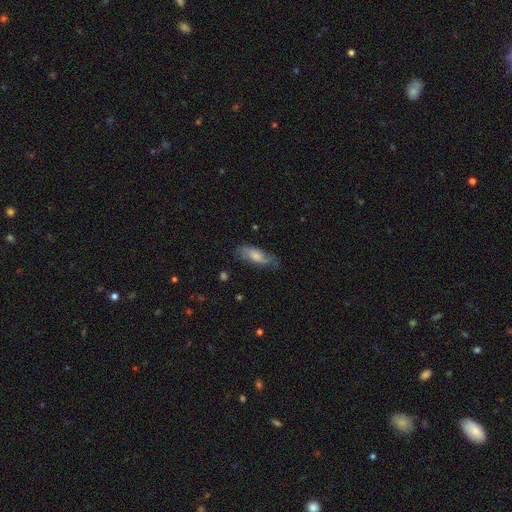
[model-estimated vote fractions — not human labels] Smooth or featured?
  - smooth: 52% *
  - featured or disk: 41%
  - star or artifact: 7%
How rounded?
  - in between: 68% *
  - cigar-shaped: 29%
  - round: 3%
Merging?
  - none: 65% *
  - minor disturbance: 25%
  - major disturbance: 8%
  - merger: 2%